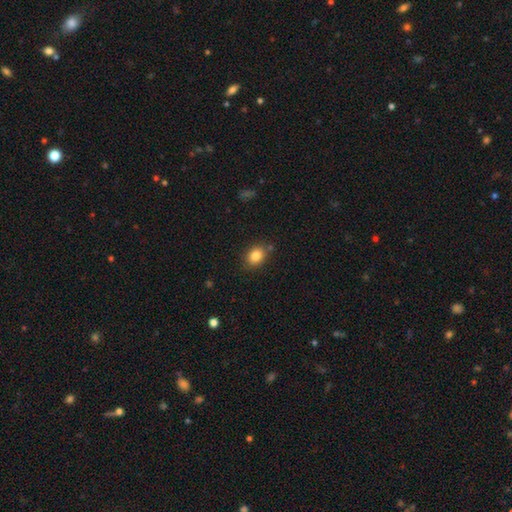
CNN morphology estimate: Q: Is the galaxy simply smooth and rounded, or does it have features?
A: smooth — 84%.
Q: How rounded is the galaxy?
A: in between — 51%.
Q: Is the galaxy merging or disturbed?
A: none — 81%.